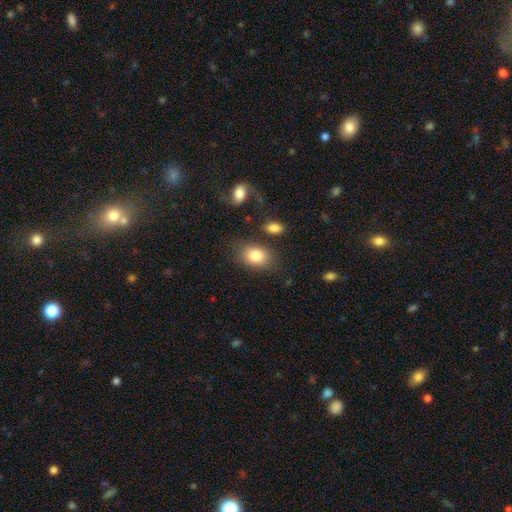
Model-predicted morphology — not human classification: This appears to be a smooth galaxy with no disk features (82%) that is in between round and cigar-shaped (77%). Merging: none (76%).